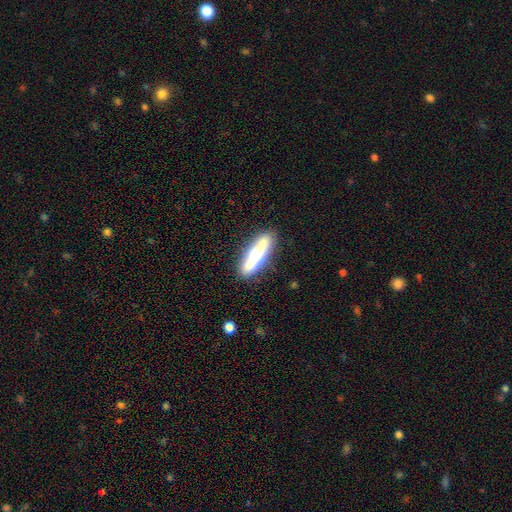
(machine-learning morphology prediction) The model was most divided on "smooth or featured": featured or disk: 49%, smooth: 44%, star or artifact: 7%. More confident: merging — none (84%).